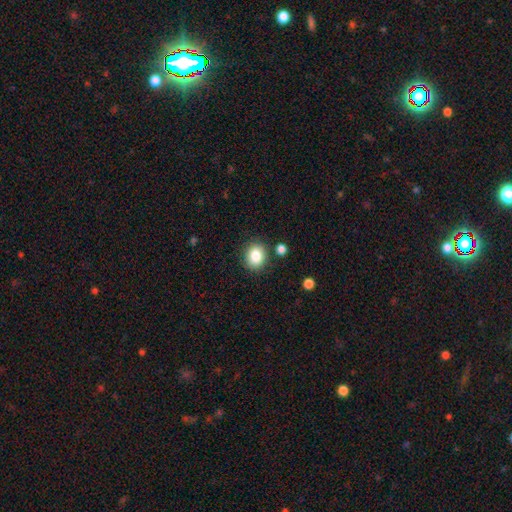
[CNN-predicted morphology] Smooth or featured? Predicted: smooth (p=0.84). How rounded? Predicted: round (p=0.67). Merging? Predicted: none (p=0.84).